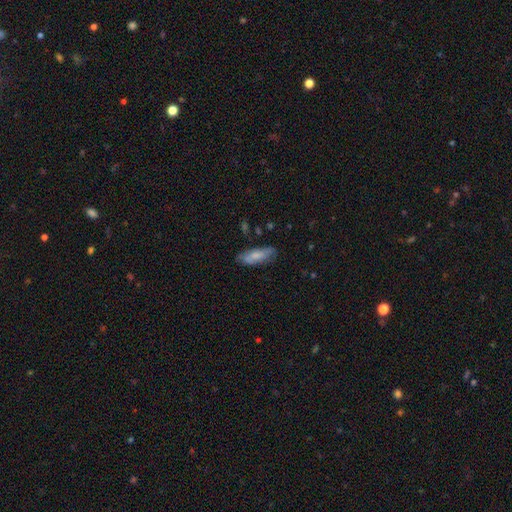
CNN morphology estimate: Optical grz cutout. It shows a smooth galaxy with no disk features (69%) that is in between round and cigar-shaped (66%). Merging: none (74%).